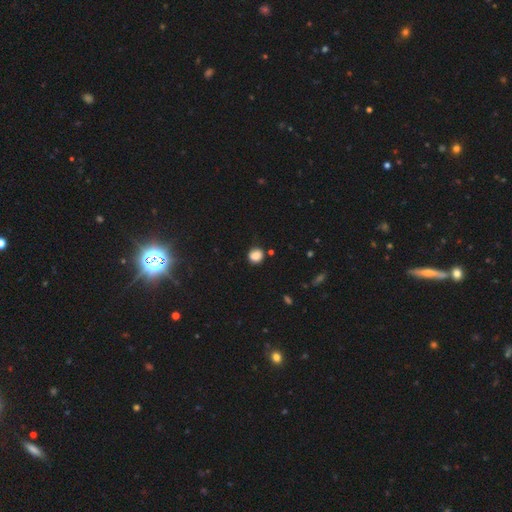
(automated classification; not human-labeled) A smooth galaxy with no disk features (84%) that is round (82%).

Vote fractions:
- Smooth or featured? smooth: 84% / star or artifact: 11% / featured or disk: 4%
- How rounded? round: 82% / in between: 17% / cigar-shaped: 1%
- Merging? none: 82% / minor disturbance: 13% / major disturbance: 3% / merger: 3%